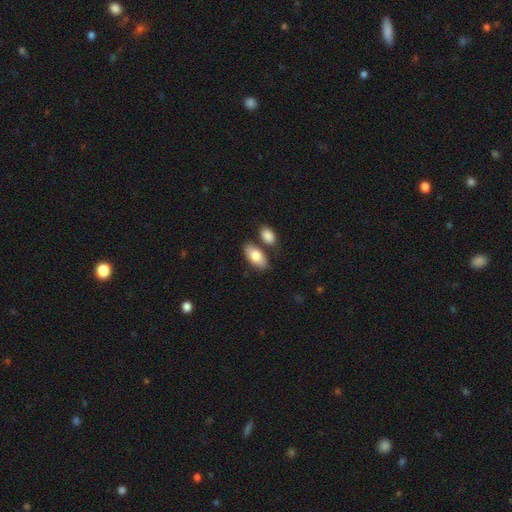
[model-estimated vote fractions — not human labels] Overall: smooth (81%). How rounded: in between (92%). Merging: none (71%).